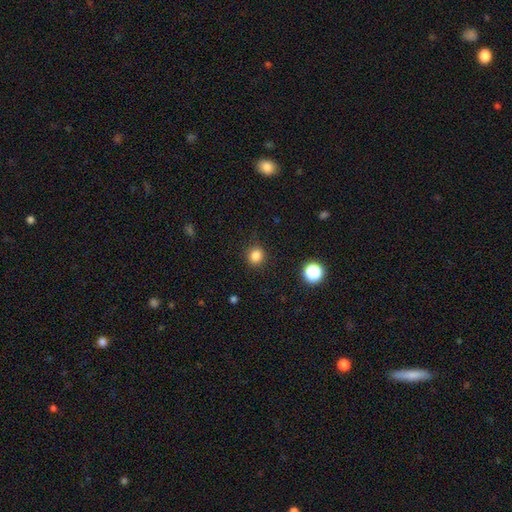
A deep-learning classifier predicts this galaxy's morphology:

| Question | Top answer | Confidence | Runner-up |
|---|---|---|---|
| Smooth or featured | smooth | 84% | star or artifact (13%) |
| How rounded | round | 82% | in between (17%) |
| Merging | none | 88% | minor disturbance (8%) |